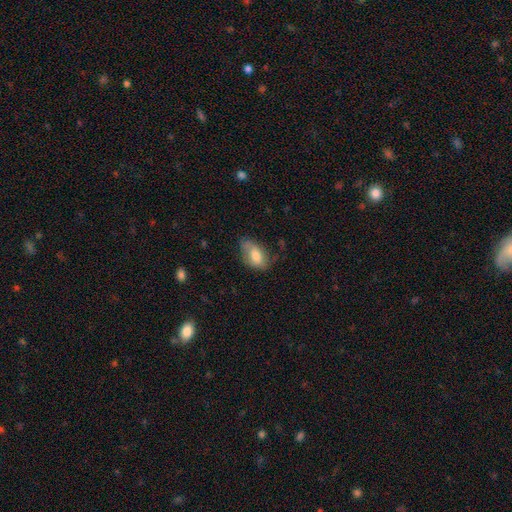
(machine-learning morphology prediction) smooth-or-featured: smooth: 70% | featured or disk: 23% | star or artifact: 7%
  how-rounded: in between: 90% | round: 8% | cigar-shaped: 2%
  merging: none: 51% | minor disturbance: 34% | major disturbance: 13% | merger: 2%